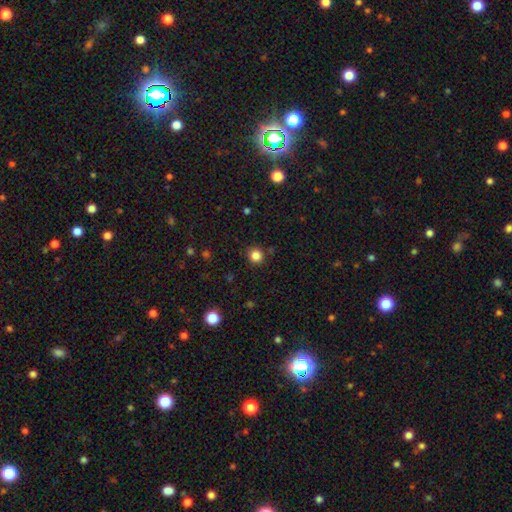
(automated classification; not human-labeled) Smooth or featured? Predicted: smooth (p=0.84). How rounded? Predicted: round (p=0.91). Merging? Predicted: none (p=0.89).